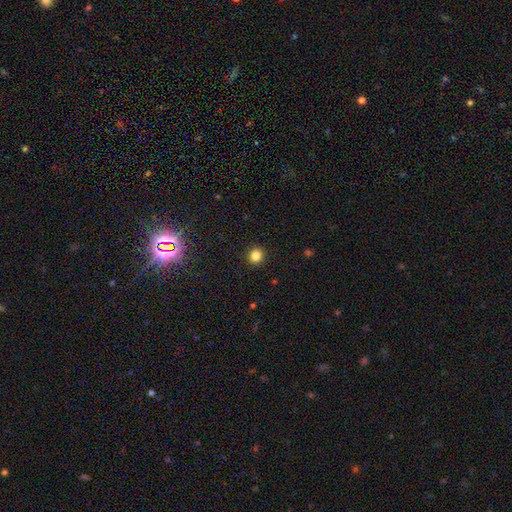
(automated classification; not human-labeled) Q: Smooth or featured?
A: smooth (84%); runner-up: star or artifact (12%)
Q: How rounded?
A: round (89%); runner-up: in between (10%)
Q: Merging?
A: none (92%); runner-up: minor disturbance (5%)